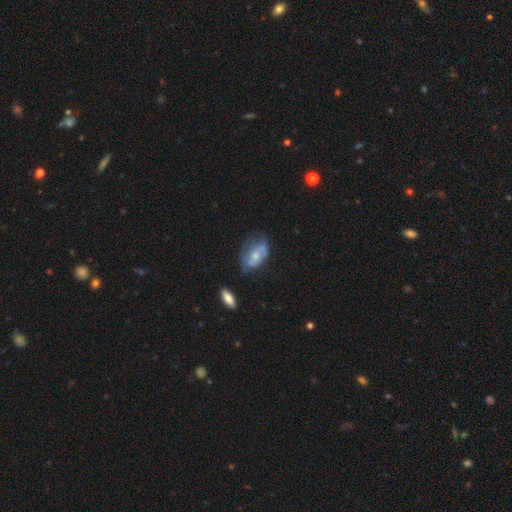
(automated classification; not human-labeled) This is possibly a featured or disk galaxy (47%). Merging: marginally none (42%).